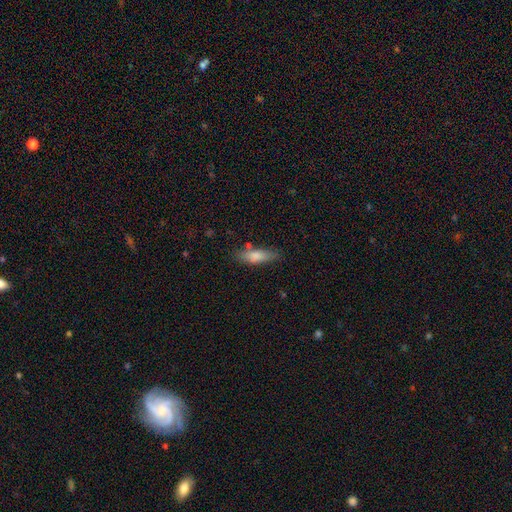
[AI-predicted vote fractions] The model was most divided on "how rounded": cigar-shaped: 51%, in between: 47%, round: 2%. More confident: smooth or featured — smooth (78%); merging — none (72%).